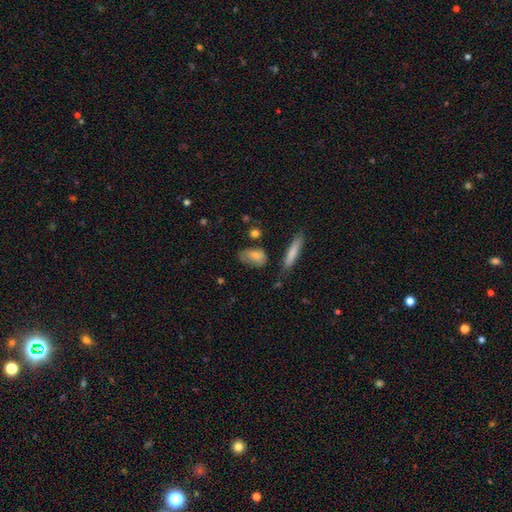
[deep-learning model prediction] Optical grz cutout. It shows a smooth galaxy with no disk features (77%) that is in between round and cigar-shaped (78%). Merging: none (51%).